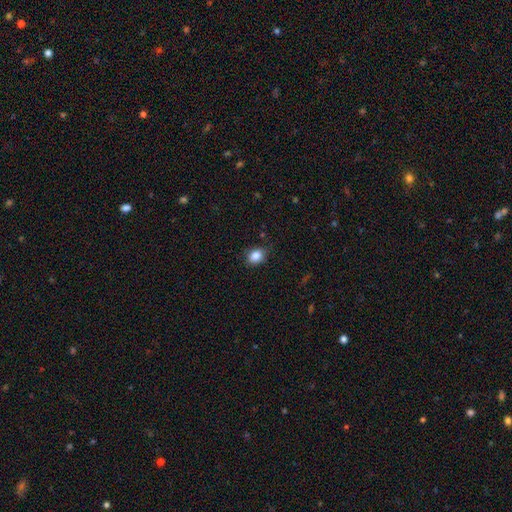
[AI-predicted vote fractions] Morphology: type=smooth (85%); roundness=in between (54%); merging=none (83%).